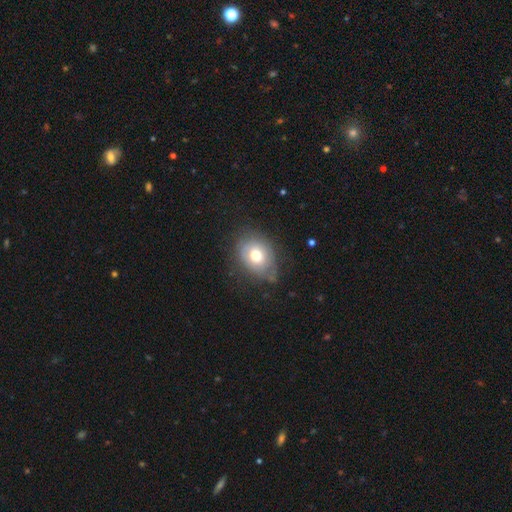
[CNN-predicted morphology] A smooth galaxy with no disk features (65%) that is in between round and cigar-shaped (62%). Merging: none (60%).